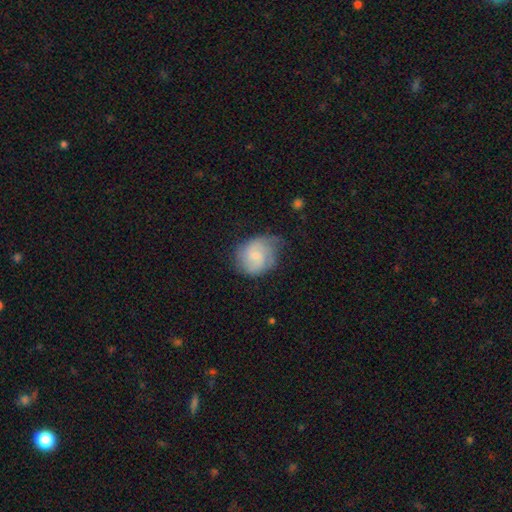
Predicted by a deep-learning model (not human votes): This appears to be a featured or disk galaxy (54%) with no bar (52%), spiral arms (89%) and a small central bulge (54%). Merging: none (51%).